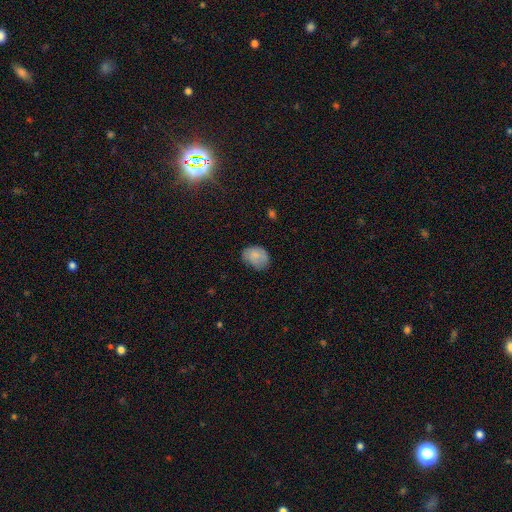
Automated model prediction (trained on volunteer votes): Smooth or featured: smooth — 80% (featured or disk — 12%)
How rounded: in between — 68% (round — 31%)
Merging: none — 62% (minor disturbance — 29%)